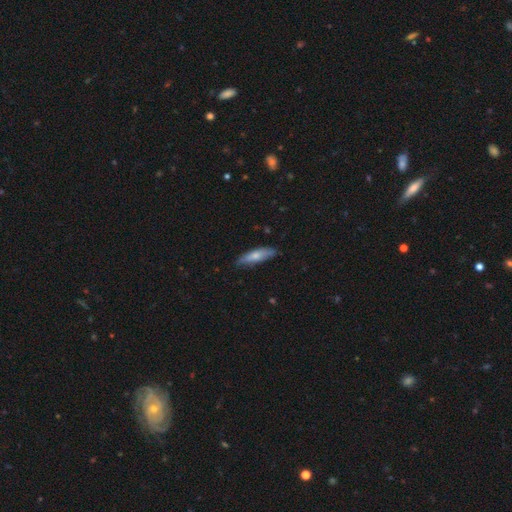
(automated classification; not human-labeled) smooth_or_featured: smooth (p=0.67) [alt: featured or disk p=0.28]
how_rounded: cigar-shaped (p=0.67) [alt: in between p=0.31]
merging: none (p=0.80) [alt: minor disturbance p=0.17]